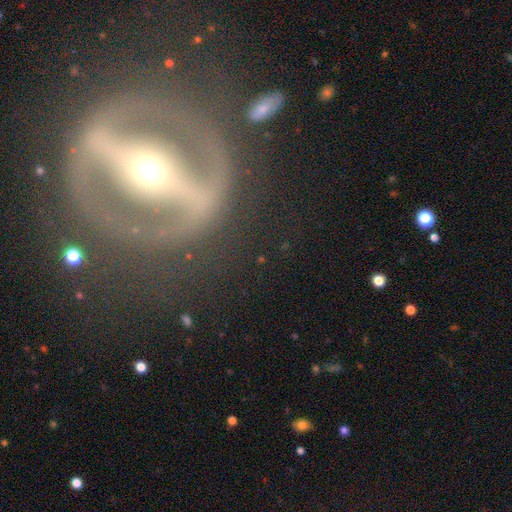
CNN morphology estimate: Smooth or featured? featured or disk (84%)
Edge-on disk? no (81%)
Bar? strong (84%)
Spiral arms? no (53%)
Bulge size? small (57%)
Merging? none (76%)